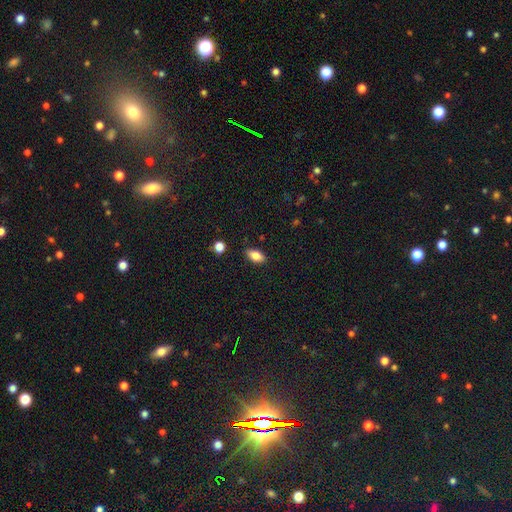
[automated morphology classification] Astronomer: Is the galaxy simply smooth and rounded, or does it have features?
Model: smooth — 83%.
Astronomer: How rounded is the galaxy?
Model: in between — 89%.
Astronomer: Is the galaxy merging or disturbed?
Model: none — 86%.